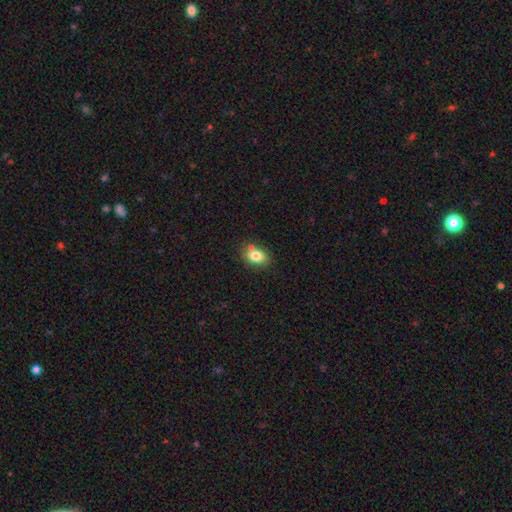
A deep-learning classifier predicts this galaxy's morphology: smooth 81%, featured or disk 10%, star or artifact 10%. Down the decision tree: how rounded — in between (69%); merging — none (67%).